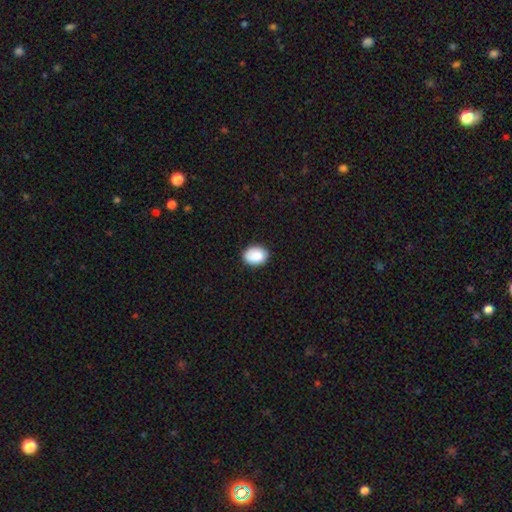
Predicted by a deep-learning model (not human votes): Smooth or featured: smooth — 87% (star or artifact — 8%)
How rounded: in between — 67% (round — 32%)
Merging: none — 84% (minor disturbance — 13%)